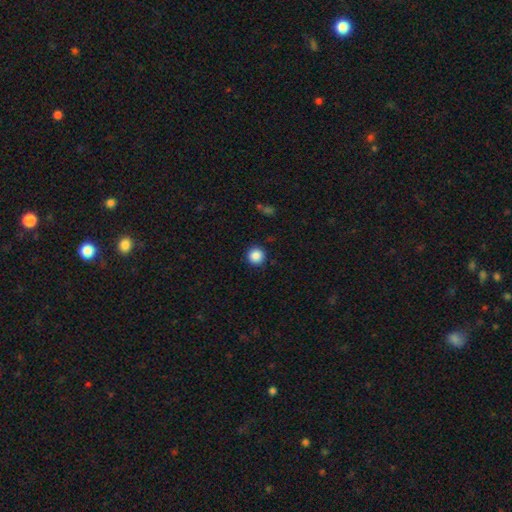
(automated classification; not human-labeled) smooth-or-featured: smooth: 88% | star or artifact: 10% | featured or disk: 3%
  how-rounded: round: 95% | in between: 4% | cigar-shaped: 1%
  merging: none: 91% | minor disturbance: 5% | major disturbance: 2% | merger: 1%